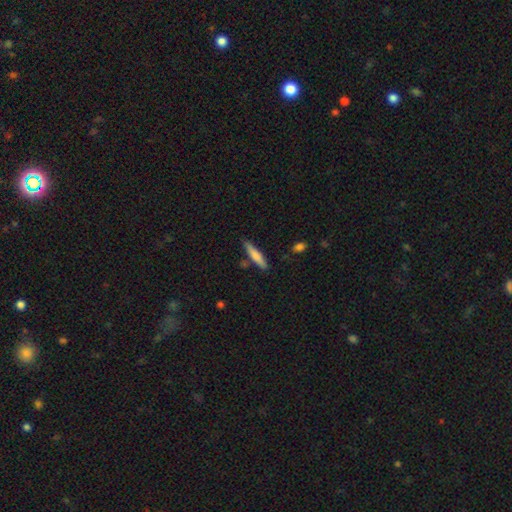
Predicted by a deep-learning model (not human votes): Q: Smooth or featured?
A: smooth (68%); runner-up: featured or disk (26%)
Q: How rounded?
A: cigar-shaped (89%); runner-up: in between (9%)
Q: Merging?
A: none (80%); runner-up: minor disturbance (13%)